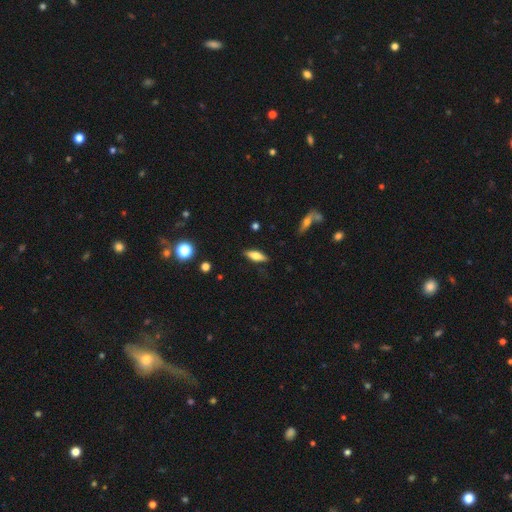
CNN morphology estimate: Smooth or featured?
  - smooth: 62% *
  - featured or disk: 30%
  - star or artifact: 7%
How rounded?
  - in between: 56% *
  - cigar-shaped: 41%
  - round: 3%
Merging?
  - none: 86% *
  - minor disturbance: 10%
  - major disturbance: 2%
  - merger: 1%